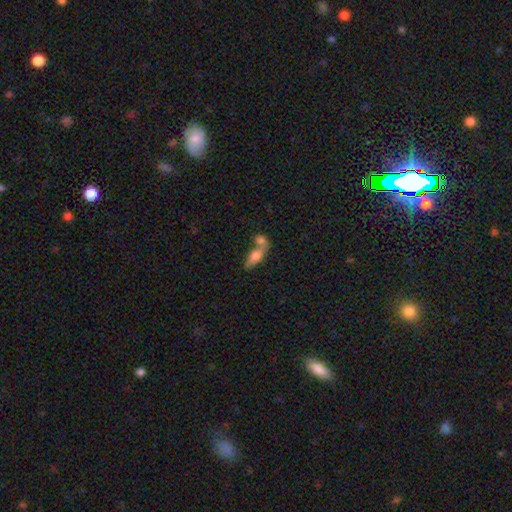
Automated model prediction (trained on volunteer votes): Q: Smooth or featured?
A: smooth (57%); runner-up: featured or disk (34%)
Q: How rounded?
A: in between (64%); runner-up: cigar-shaped (29%)
Q: Merging?
A: merger (52%); runner-up: none (32%)